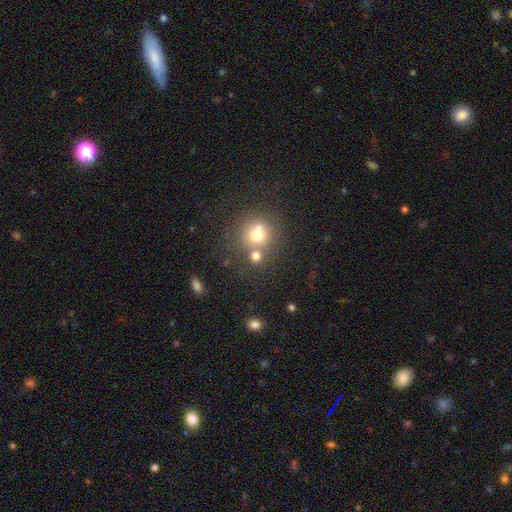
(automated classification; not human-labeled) This appears to be a smooth galaxy with no disk features (70%) that is round (86%). Merging: none (56%).